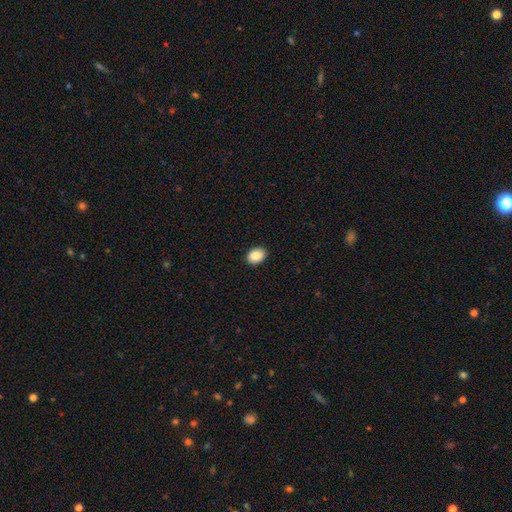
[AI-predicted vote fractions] smooth 88%, star or artifact 8%, featured or disk 4%. Down the decision tree: how rounded — in between (73%); merging — none (90%).